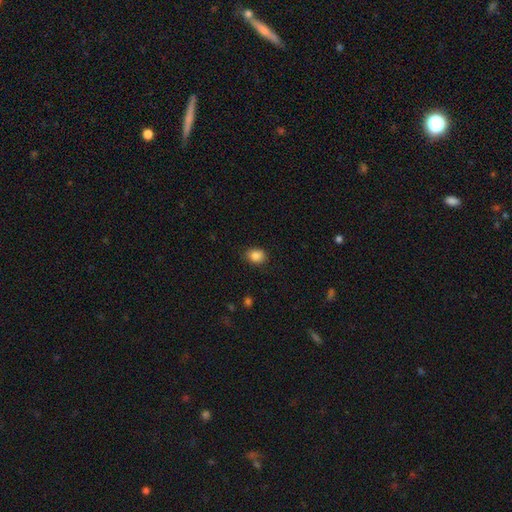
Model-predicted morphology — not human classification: Smooth or featured? smooth (87%)
How rounded? in between (51%)
Merging? none (81%)